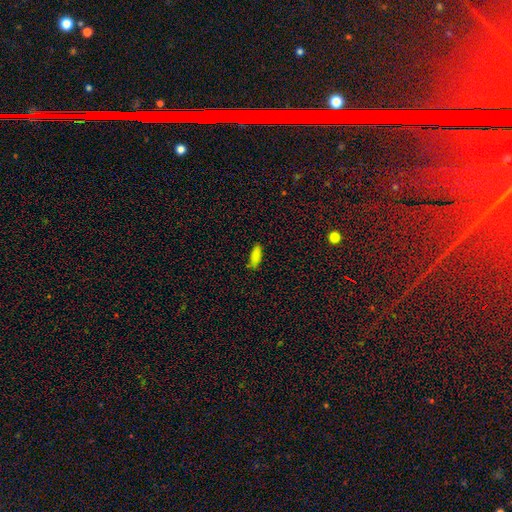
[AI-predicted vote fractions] A smooth galaxy with no disk features (84%) that is in between round and cigar-shaped (71%).

Vote fractions:
- Smooth or featured? smooth: 84% / star or artifact: 10% / featured or disk: 6%
- How rounded? in between: 71% / cigar-shaped: 27% / round: 2%
- Merging? none: 78% / minor disturbance: 16% / major disturbance: 3% / merger: 2%